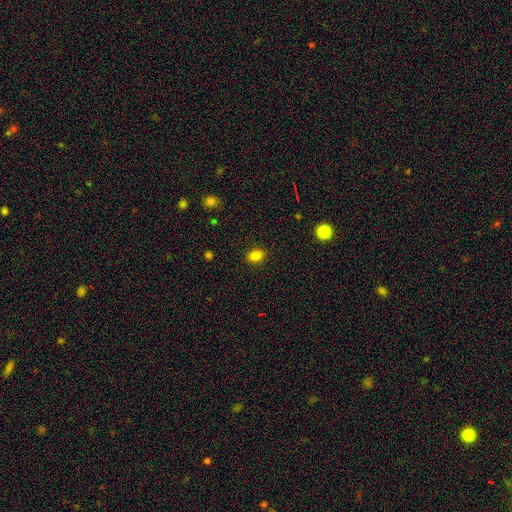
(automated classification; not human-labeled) The model was most divided on "how rounded": in between: 71%, round: 27%, cigar-shaped: 1%. More confident: merging — none (89%); smooth or featured — smooth (84%).